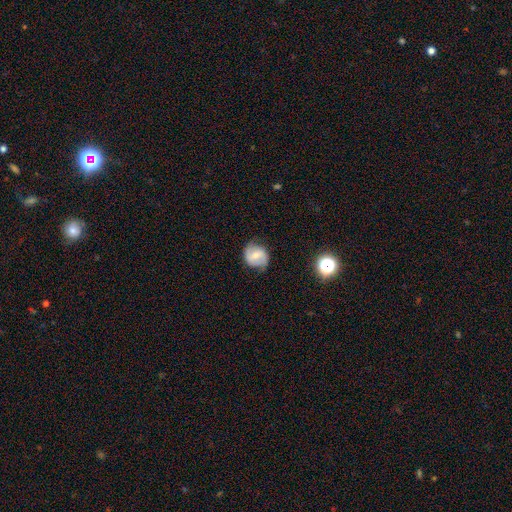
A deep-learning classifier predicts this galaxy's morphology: The model was most divided on "bulge size": small: 46%, moderate: 45%, none: 5%, large: 3%, dominant: 1%. Remaining: edge-on disk — no (97%); spiral arms — yes (83%); merging — none (71%); smooth or featured — featured or disk (55%); bar — weak (49%).